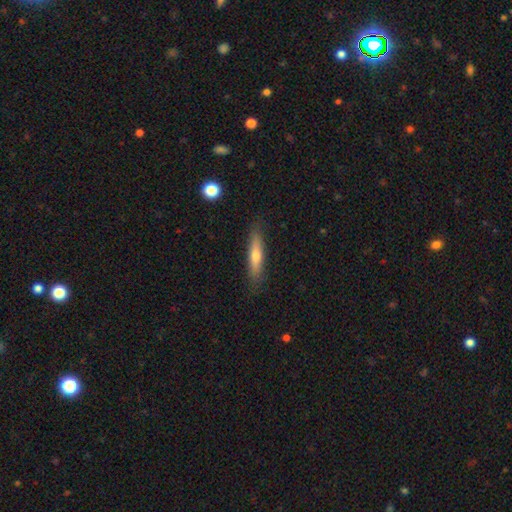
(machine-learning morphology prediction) smooth-or-featured: smooth: 56% | featured or disk: 37% | star or artifact: 7%
  how-rounded: cigar-shaped: 87% | in between: 11% | round: 2%
  merging: none: 86% | minor disturbance: 11% | major disturbance: 2% | merger: 1%